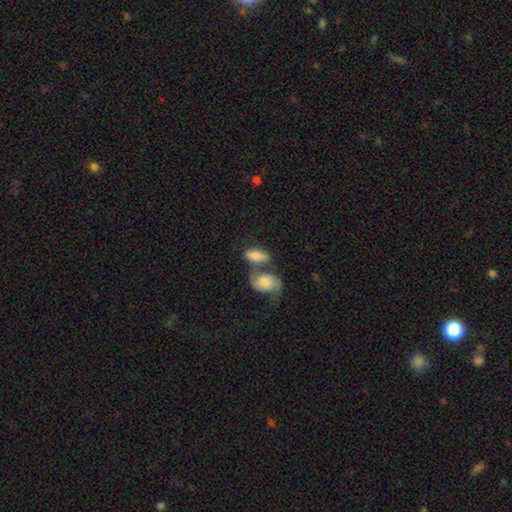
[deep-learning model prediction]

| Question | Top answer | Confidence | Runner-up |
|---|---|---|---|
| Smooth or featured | smooth | 71% | featured or disk (22%) |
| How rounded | in between | 87% | cigar-shaped (9%) |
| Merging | merger | 55% | none (27%) |